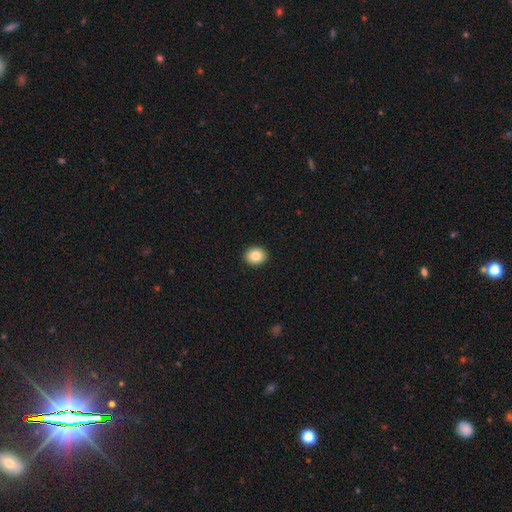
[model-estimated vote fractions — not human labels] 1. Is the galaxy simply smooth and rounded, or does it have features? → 83% smooth, 9% star or artifact, 8% featured or disk.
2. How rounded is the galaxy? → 69% round, 31% in between, 1% cigar-shaped.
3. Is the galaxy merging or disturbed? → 92% none, 5% minor disturbance, 1% major disturbance, 1% merger.